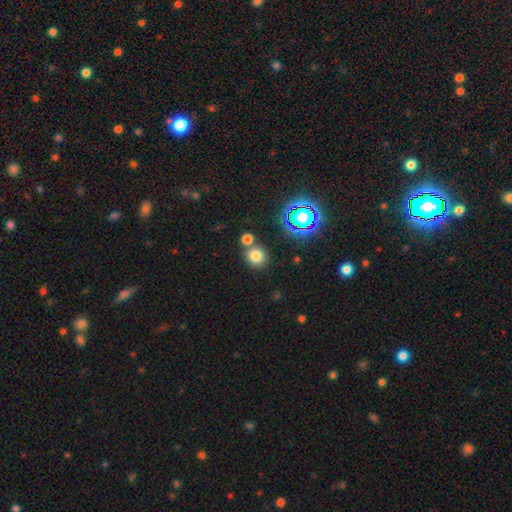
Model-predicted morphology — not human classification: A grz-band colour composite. It shows a smooth galaxy with no disk features (76%) that is round (87%). Merging: none (69%).